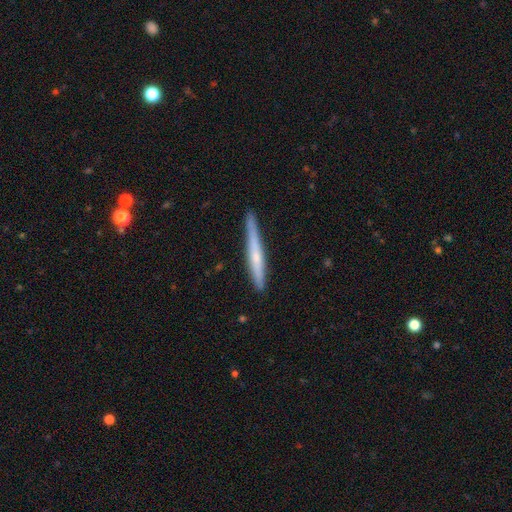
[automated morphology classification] Smooth or featured: featured or disk — 49% (smooth — 45%)
Merging: none — 87% (minor disturbance — 11%)